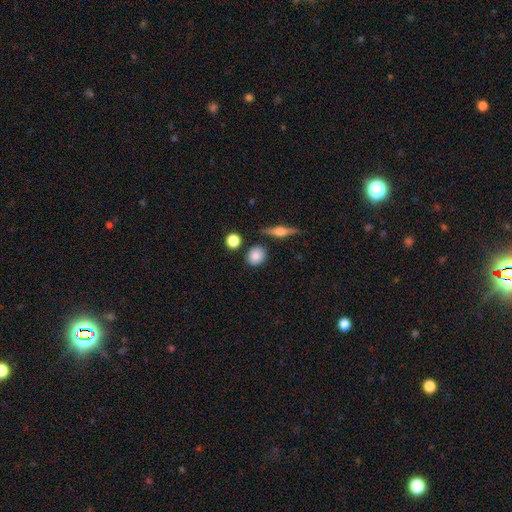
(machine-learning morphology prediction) Smooth or featured? smooth (83%)
How rounded? round (77%)
Merging? none (82%)